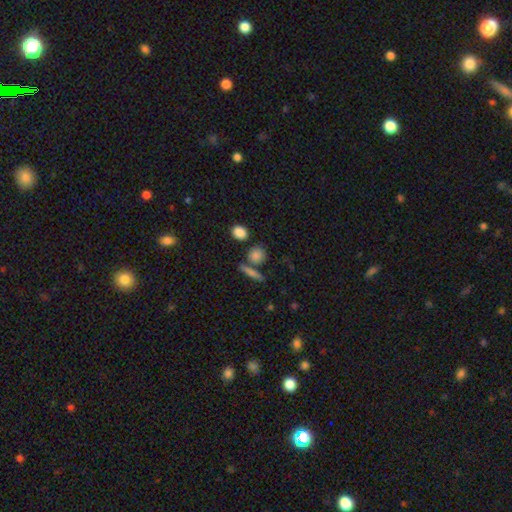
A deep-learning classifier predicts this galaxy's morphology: This is clearly a smooth galaxy (82%). How rounded: likely round (69%). Merging: likely none (70%).